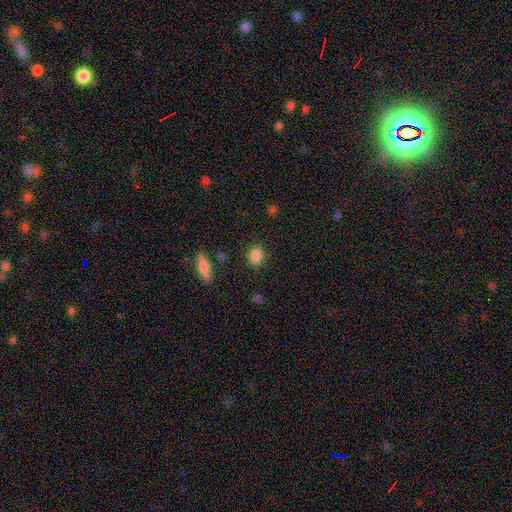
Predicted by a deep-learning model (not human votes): The model was most divided on "how rounded": round: 56%, in between: 42%, cigar-shaped: 2%. More confident: smooth or featured — smooth (86%); merging — none (86%).